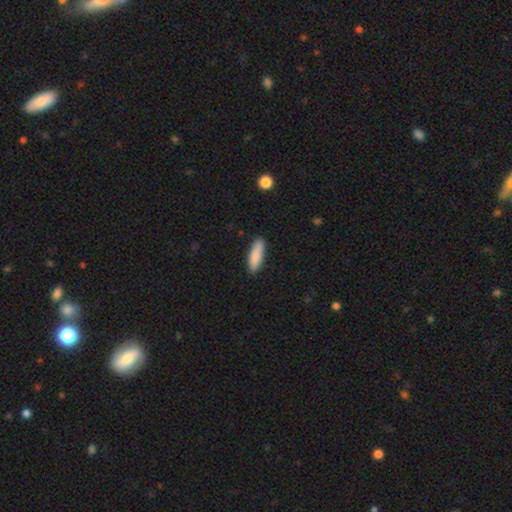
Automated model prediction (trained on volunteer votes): Morphology: type=smooth (87%); roundness=cigar-shaped (53%); merging=none (88%).